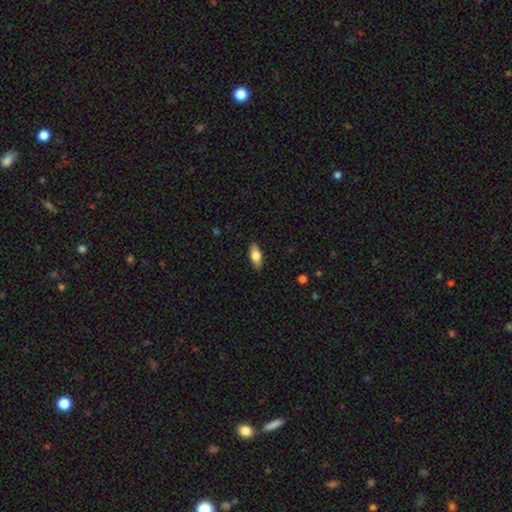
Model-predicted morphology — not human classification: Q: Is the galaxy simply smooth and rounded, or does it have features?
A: smooth — 72%.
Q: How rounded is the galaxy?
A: in between — 81%.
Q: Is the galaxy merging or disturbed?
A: none — 87%.